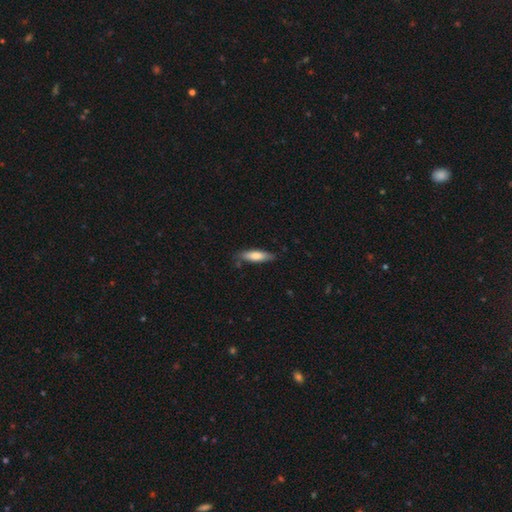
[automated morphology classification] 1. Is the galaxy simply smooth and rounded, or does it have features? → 72% smooth, 22% featured or disk, 6% star or artifact.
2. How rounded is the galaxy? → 61% cigar-shaped, 37% in between, 2% round.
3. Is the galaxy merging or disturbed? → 77% none, 18% minor disturbance, 3% major disturbance, 2% merger.